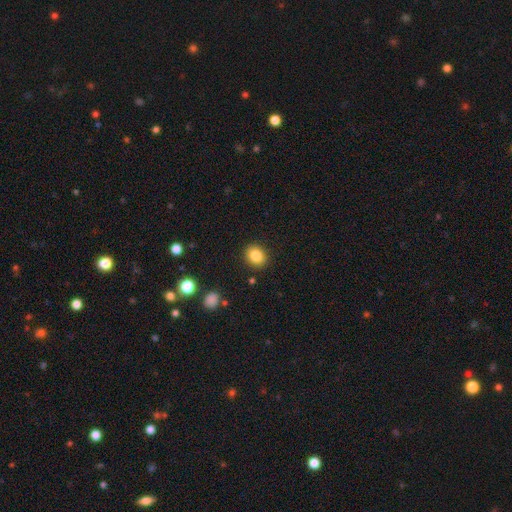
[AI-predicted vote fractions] The model was most divided on "how rounded": round: 63%, in between: 36%, cigar-shaped: 1%. More confident: merging — none (89%); smooth or featured — smooth (84%).